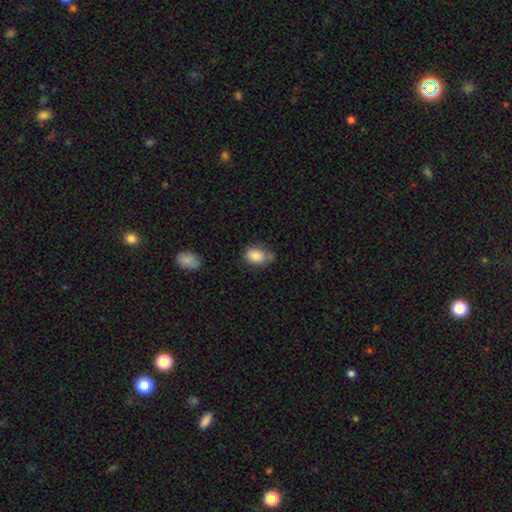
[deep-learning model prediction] The model was most divided on "merging": none: 57%, minor disturbance: 29%, merger: 8%, major disturbance: 6%. More confident: smooth or featured — smooth (86%); how rounded — in between (82%).